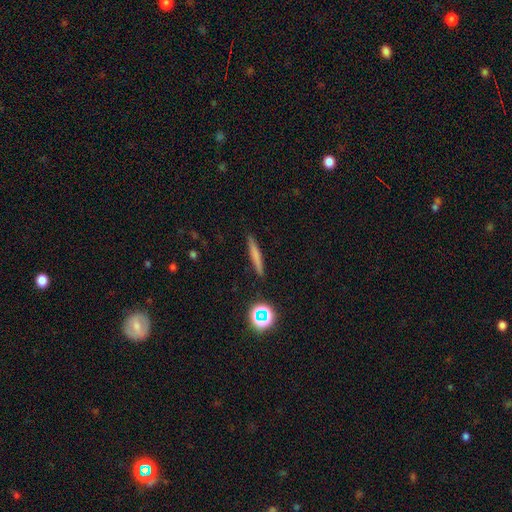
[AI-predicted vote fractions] Smooth or featured?
  - smooth: 61% *
  - featured or disk: 28%
  - star or artifact: 11%
How rounded?
  - cigar-shaped: 93% *
  - in between: 4%
  - round: 3%
Merging?
  - none: 89% *
  - minor disturbance: 7%
  - major disturbance: 2%
  - merger: 2%